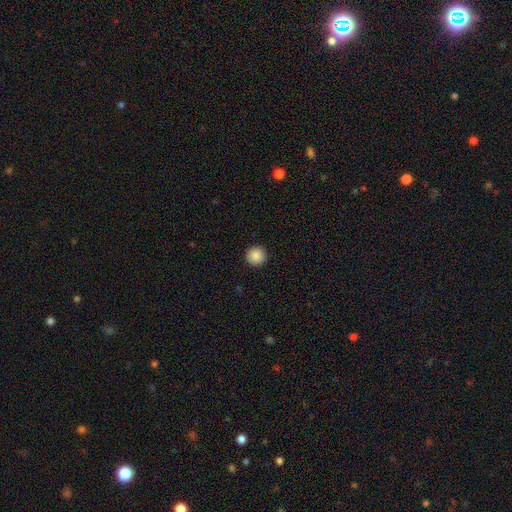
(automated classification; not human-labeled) This is clearly a smooth galaxy (88%). How rounded: clearly round (96%). Merging: clearly none (93%).